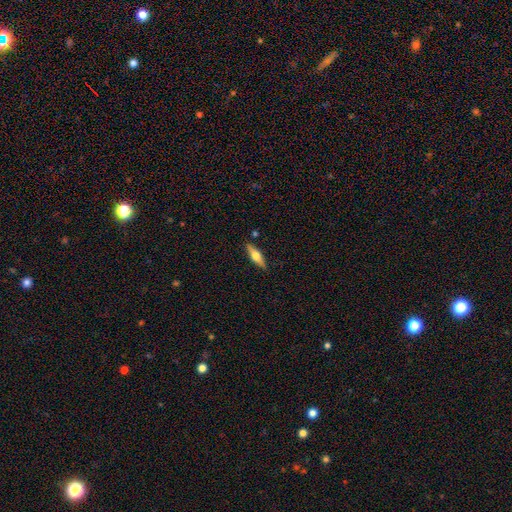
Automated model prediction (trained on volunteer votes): Q: Smooth or featured?
A: featured or disk (54%); runner-up: smooth (40%)
Q: Edge-on disk?
A: yes (94%); runner-up: no (6%)
Q: Edge-on bulge?
A: rounded (94%); runner-up: boxy (4%)
Q: Merging?
A: none (86%); runner-up: minor disturbance (10%)